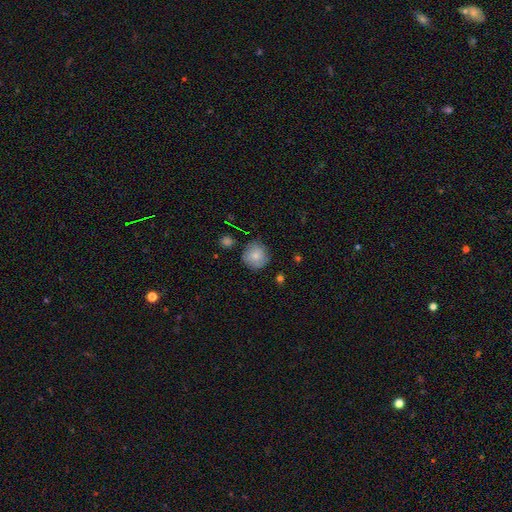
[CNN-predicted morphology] smooth_or_featured: smooth (p=0.76) [alt: featured or disk p=0.16]
how_rounded: round (p=0.90) [alt: in between p=0.09]
merging: none (p=0.77) [alt: minor disturbance p=0.18]